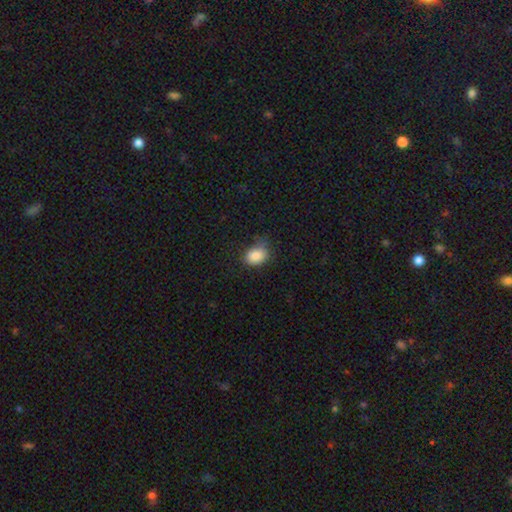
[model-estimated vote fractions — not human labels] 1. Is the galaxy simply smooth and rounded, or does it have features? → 86% smooth, 9% star or artifact, 5% featured or disk.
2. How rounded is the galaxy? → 63% in between, 36% round, 1% cigar-shaped.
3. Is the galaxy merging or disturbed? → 64% none, 28% minor disturbance, 7% major disturbance, 2% merger.